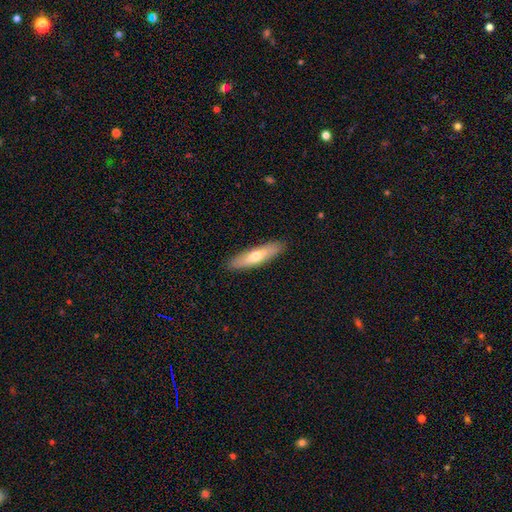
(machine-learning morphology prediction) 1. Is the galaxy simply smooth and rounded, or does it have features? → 56% smooth, 38% featured or disk, 6% star or artifact.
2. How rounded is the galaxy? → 72% cigar-shaped, 26% in between, 2% round.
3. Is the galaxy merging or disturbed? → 90% none, 8% minor disturbance, 2% major disturbance, 1% merger.